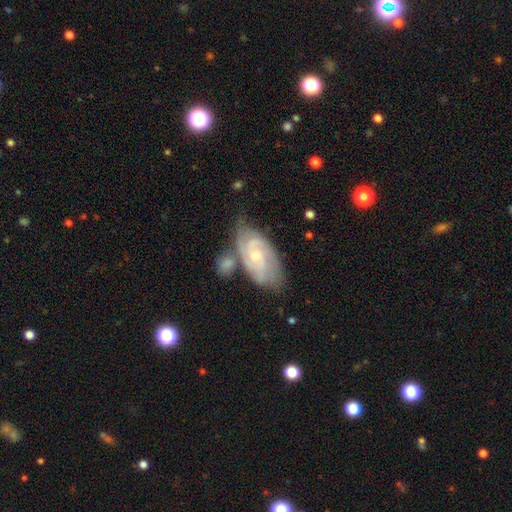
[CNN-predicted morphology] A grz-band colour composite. It shows a featured or disk galaxy (77%) with no bar (58%), 2 (47%) tight (52%) spiral arms (93%) and a small central bulge (60%). Merging: none (55%).